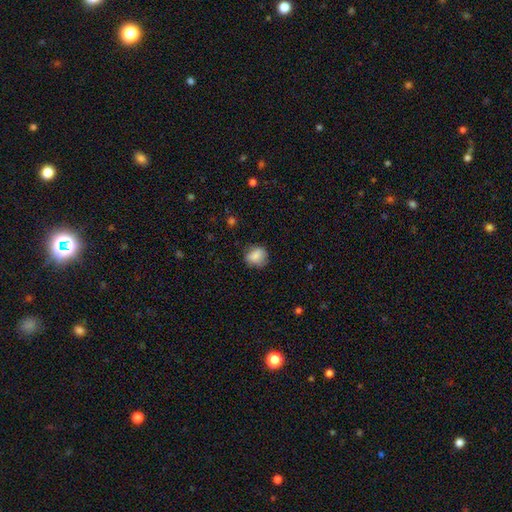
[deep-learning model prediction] Smooth or featured?
  - smooth: 85% *
  - star or artifact: 8%
  - featured or disk: 7%
How rounded?
  - round: 67% *
  - in between: 32%
  - cigar-shaped: 1%
Merging?
  - none: 77% *
  - minor disturbance: 18%
  - major disturbance: 4%
  - merger: 1%